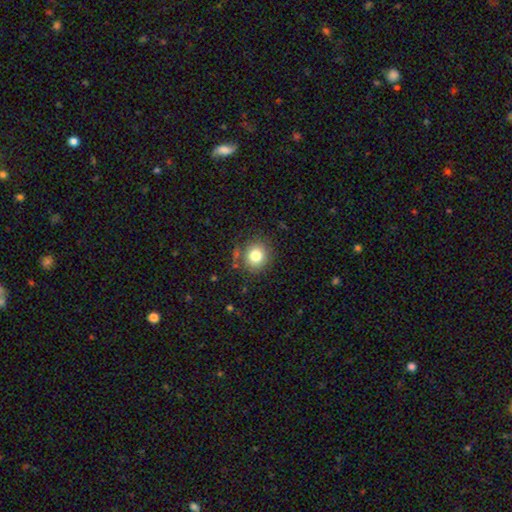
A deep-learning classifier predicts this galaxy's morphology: A smooth galaxy with no disk features (80%) that is round (85%). Merging: none (81%).